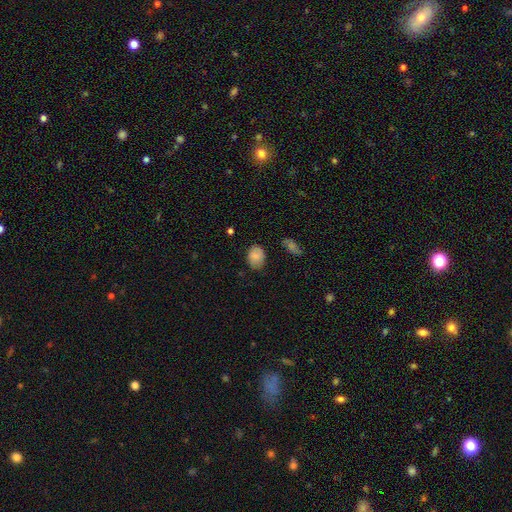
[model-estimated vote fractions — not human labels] Smooth or featured? smooth (81%)
How rounded? in between (69%)
Merging? none (74%)